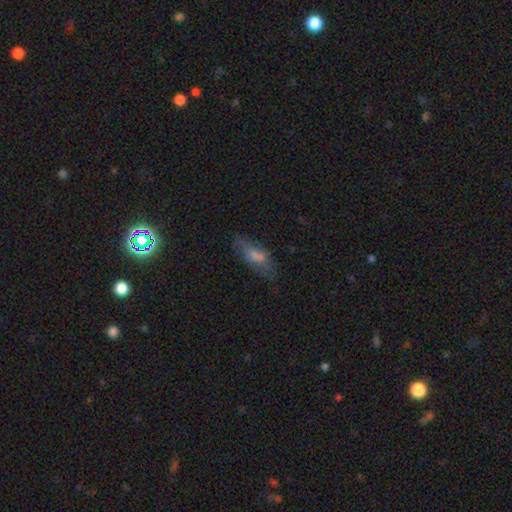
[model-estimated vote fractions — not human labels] This appears to be a smooth galaxy with no disk features (62%) that is in between round and cigar-shaped (69%). Merging: none (60%).